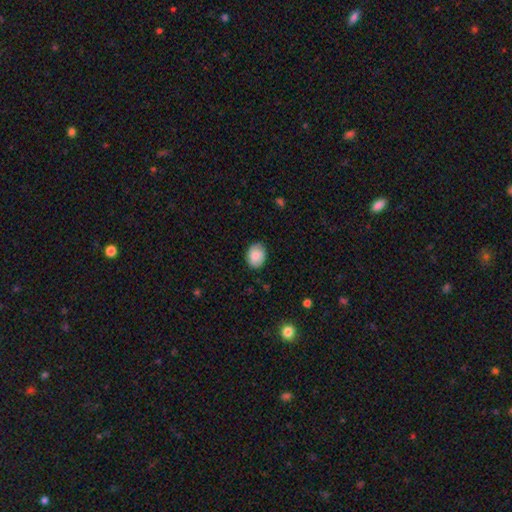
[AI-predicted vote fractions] Smooth or featured? smooth (85%)
How rounded? in between (62%)
Merging? none (83%)